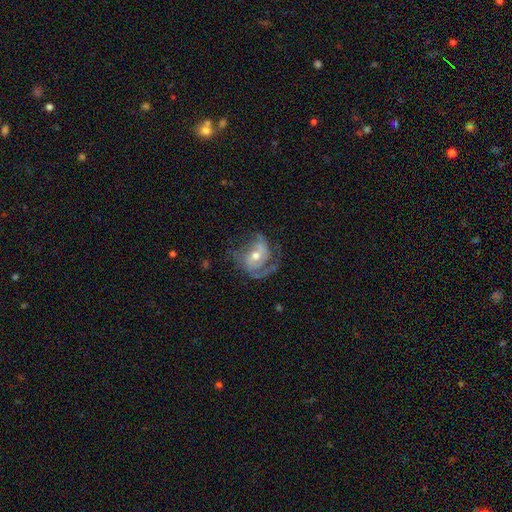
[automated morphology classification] This appears to be a featured or disk galaxy (77%) with no bar (57%), 2 (53%) medium (43%) spiral arms (87%) and a moderate central bulge (67%). Merging: none (47%).